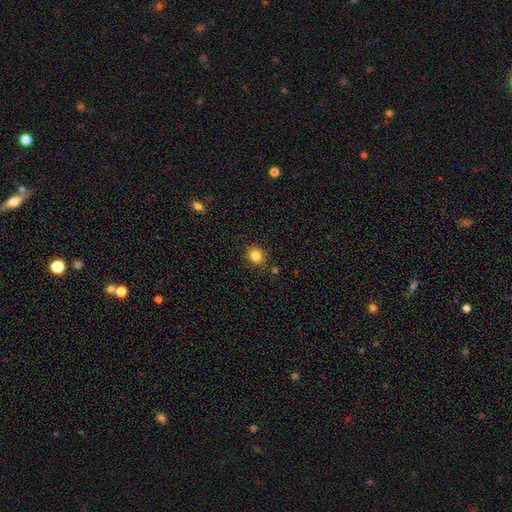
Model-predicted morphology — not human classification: Q: Smooth or featured?
A: smooth (83%); runner-up: star or artifact (12%)
Q: How rounded?
A: round (80%); runner-up: in between (19%)
Q: Merging?
A: none (87%); runner-up: minor disturbance (9%)